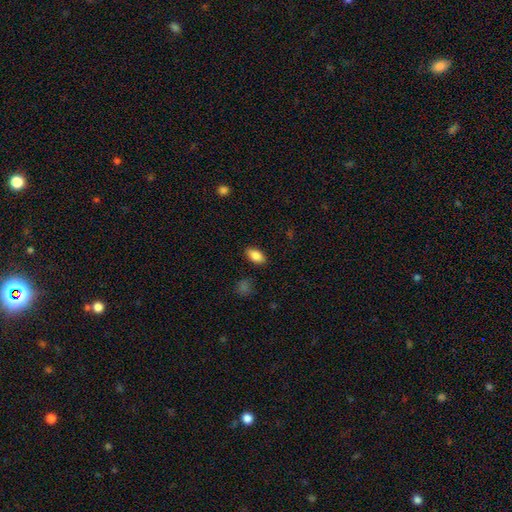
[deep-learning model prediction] Overall: smooth (86%). How rounded: in between (91%). Merging: none (86%).